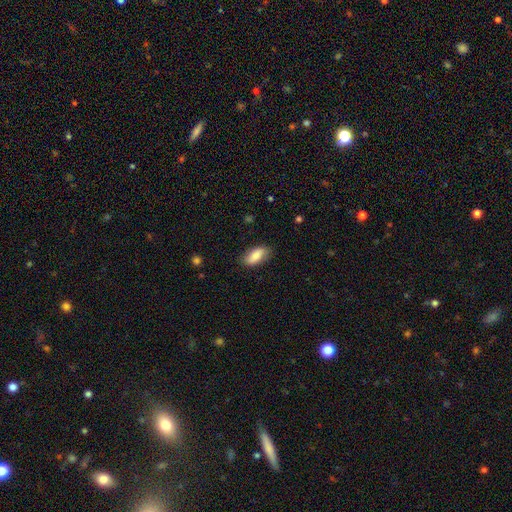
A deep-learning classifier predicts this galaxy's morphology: A smooth galaxy with no disk features (82%) that is in between round and cigar-shaped (88%). Merging: none (81%).